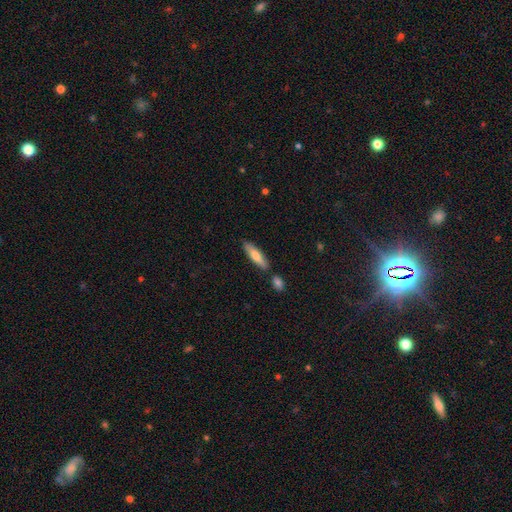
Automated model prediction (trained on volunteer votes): This is likely a smooth galaxy (73%). How rounded: likely cigar-shaped (68%). Merging: likely none (80%).